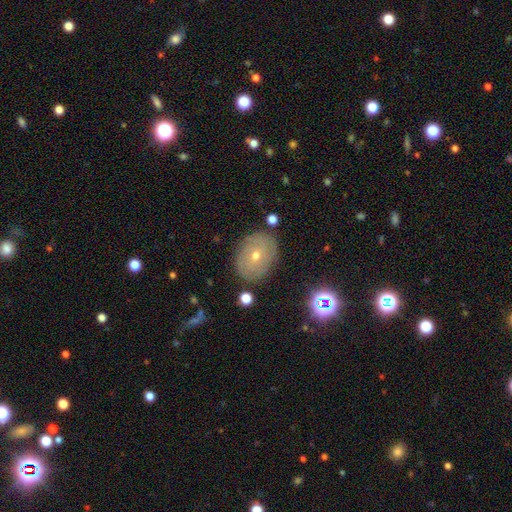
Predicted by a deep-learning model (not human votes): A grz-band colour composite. It shows a featured or disk galaxy (49%). Merging: none (83%).